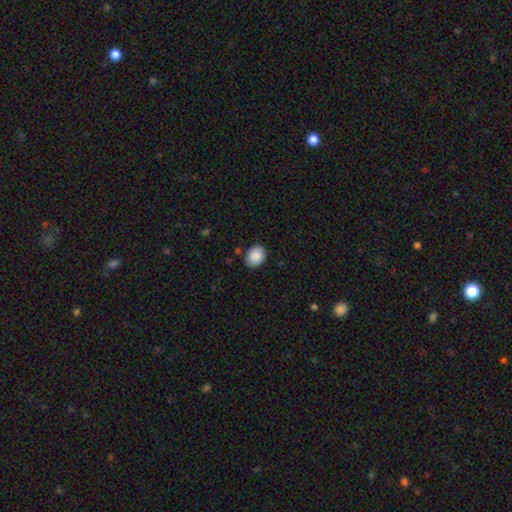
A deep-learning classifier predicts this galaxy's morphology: Smooth or featured? smooth (90%)
How rounded? round (52%)
Merging? none (86%)